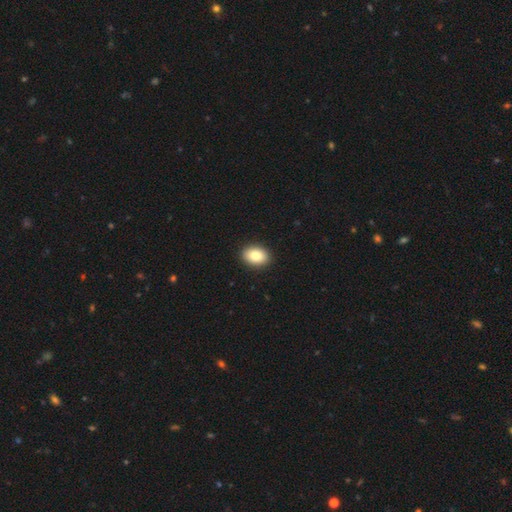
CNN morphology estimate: type=smooth (84%); roundness=in between (77%); merging=none (92%).